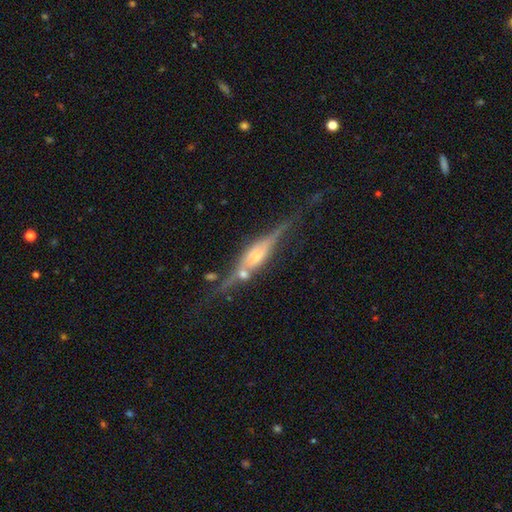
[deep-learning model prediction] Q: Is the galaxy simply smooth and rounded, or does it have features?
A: featured or disk — 80%.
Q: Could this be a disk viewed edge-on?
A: yes — 93%.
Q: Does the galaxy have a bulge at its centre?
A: rounded — 74%.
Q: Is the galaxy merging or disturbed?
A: none — 64%.